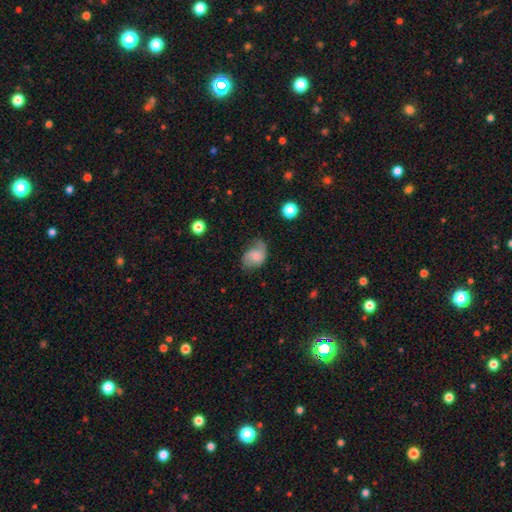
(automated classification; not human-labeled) This appears to be a smooth galaxy with no disk features (55%) that is in between round and cigar-shaped (75%). Merging: none (44%).